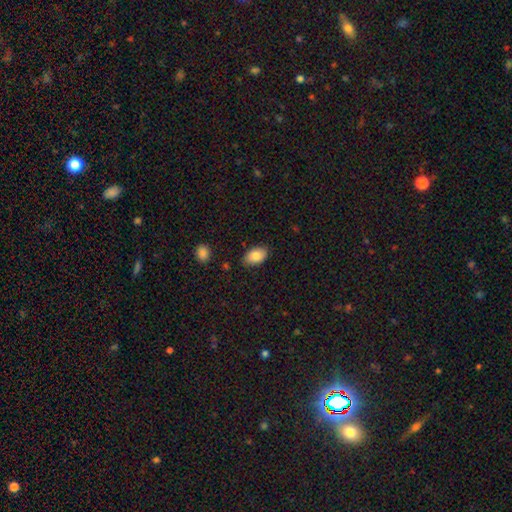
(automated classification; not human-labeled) A smooth galaxy with no disk features (85%) that is in between round and cigar-shaped (91%). Merging: none (83%).